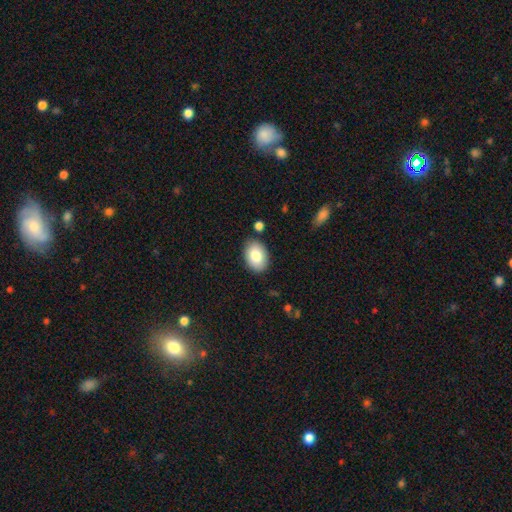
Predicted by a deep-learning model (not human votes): Smooth or featured?
  - smooth: 82% *
  - featured or disk: 10%
  - star or artifact: 7%
How rounded?
  - in between: 84% *
  - round: 15%
  - cigar-shaped: 1%
Merging?
  - none: 85% *
  - minor disturbance: 10%
  - merger: 3%
  - major disturbance: 2%